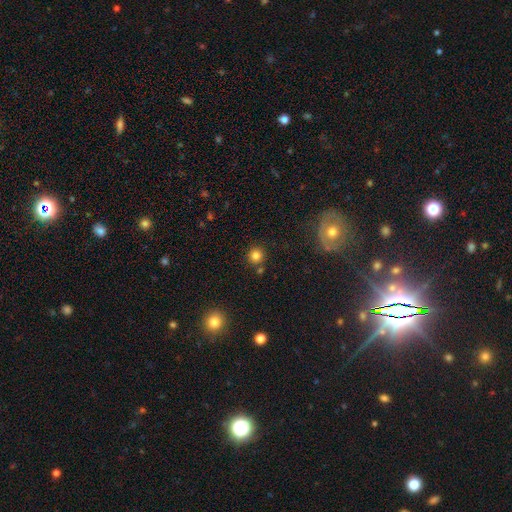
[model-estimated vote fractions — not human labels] Overall: smooth (81%). How rounded: round (93%). Merging: none (81%).